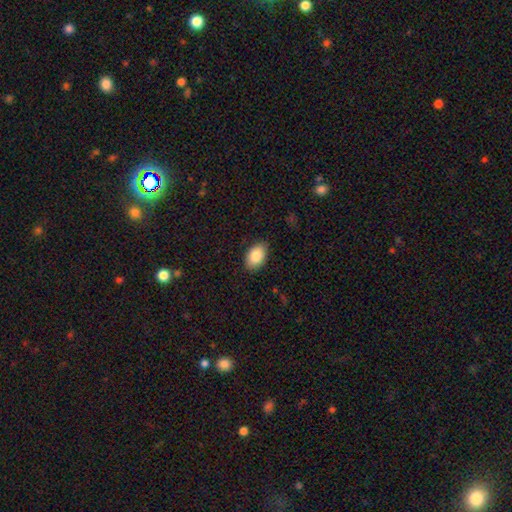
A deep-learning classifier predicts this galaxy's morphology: A smooth galaxy with no disk features (85%) that is in between round and cigar-shaped (91%). Merging: none (87%).